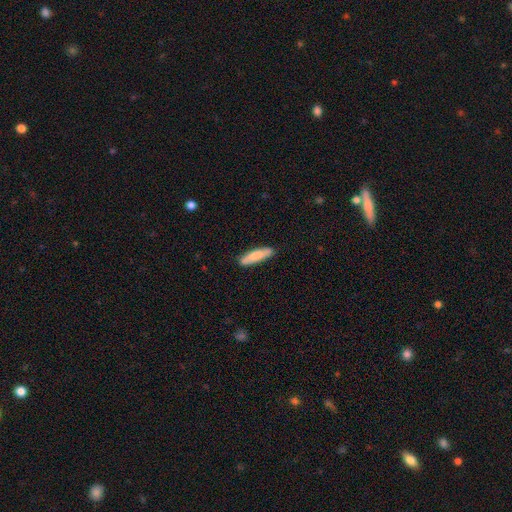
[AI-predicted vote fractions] Smooth or featured? smooth (80%)
How rounded? cigar-shaped (78%)
Merging? none (86%)